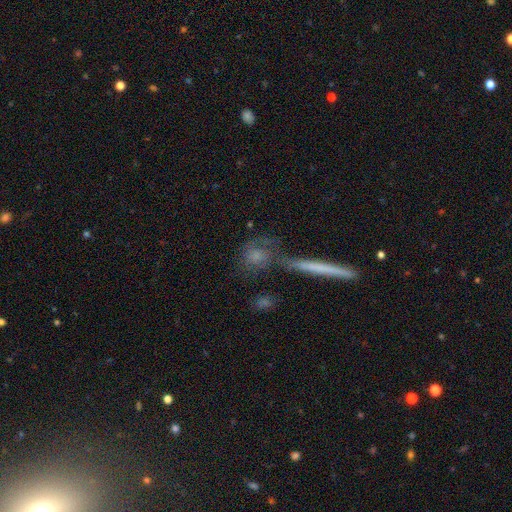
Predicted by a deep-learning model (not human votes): This appears to be a smooth galaxy with no disk features (62%) that is round (50%). Merging: none (52%).